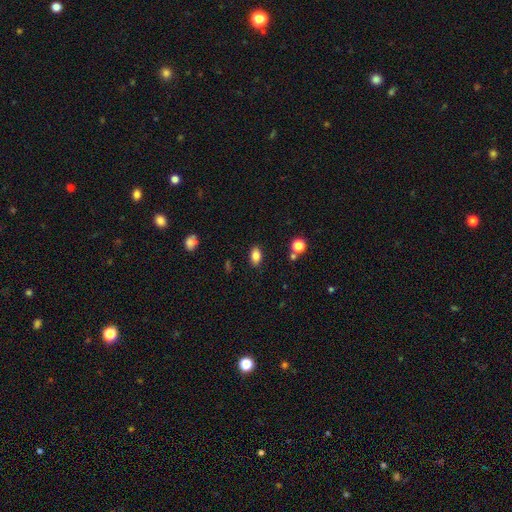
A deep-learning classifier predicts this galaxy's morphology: This is clearly a smooth galaxy (82%). How rounded: clearly in between (87%). Merging: clearly none (86%).